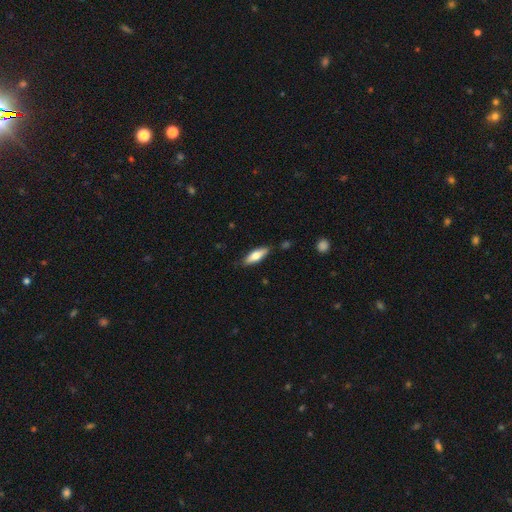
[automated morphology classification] smooth-or-featured: smooth: 66% | featured or disk: 28% | star or artifact: 6%
  how-rounded: in between: 50% | cigar-shaped: 48% | round: 2%
  merging: none: 83% | minor disturbance: 12% | major disturbance: 2% | merger: 2%